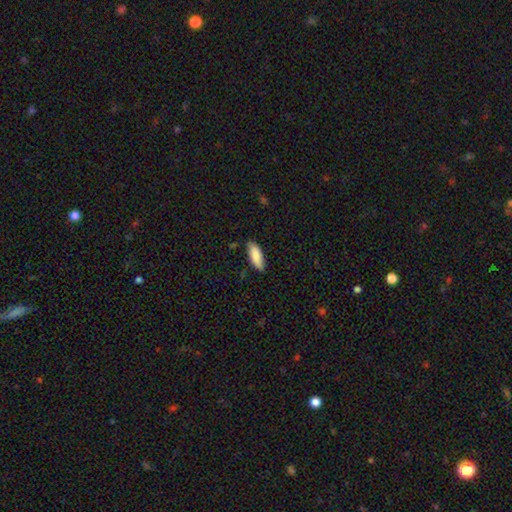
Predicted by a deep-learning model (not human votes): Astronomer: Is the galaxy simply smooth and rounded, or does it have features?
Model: smooth — 85%.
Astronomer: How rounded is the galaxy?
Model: in between — 72%.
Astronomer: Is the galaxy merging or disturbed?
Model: none — 81%.